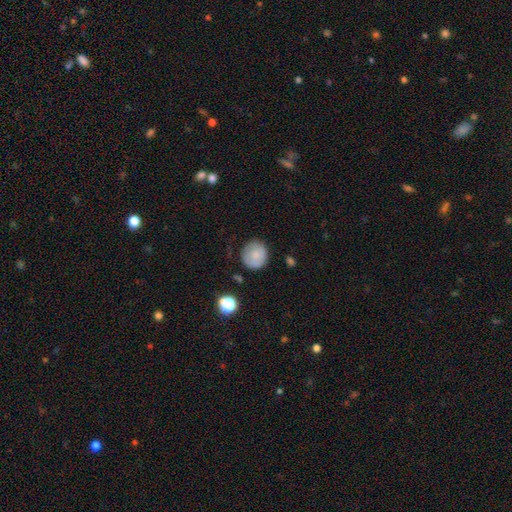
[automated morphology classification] Smooth or featured? Predicted: smooth (p=0.77). How rounded? Predicted: round (p=0.89). Merging? Predicted: none (p=0.78).